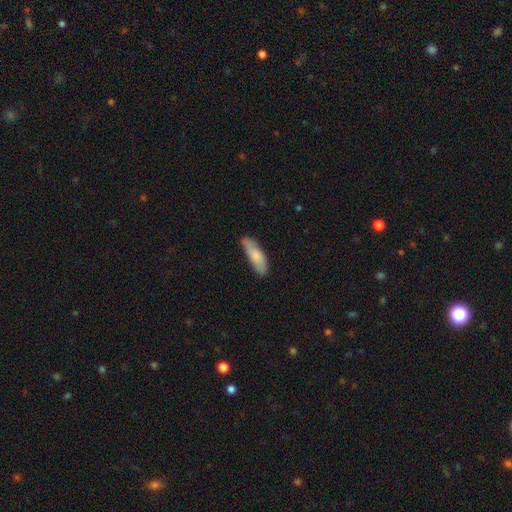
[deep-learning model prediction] Smooth or featured?
  - smooth: 79% *
  - featured or disk: 15%
  - star or artifact: 5%
How rounded?
  - in between: 51% *
  - cigar-shaped: 48%
  - round: 2%
Merging?
  - none: 74% *
  - minor disturbance: 21%
  - major disturbance: 3%
  - merger: 2%